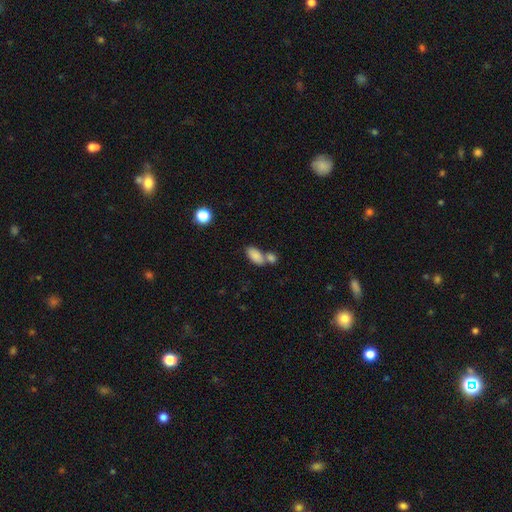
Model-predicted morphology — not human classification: Smooth or featured? Predicted: smooth (p=0.85). How rounded? Predicted: in between (p=0.92). Merging? Predicted: none (p=0.43).